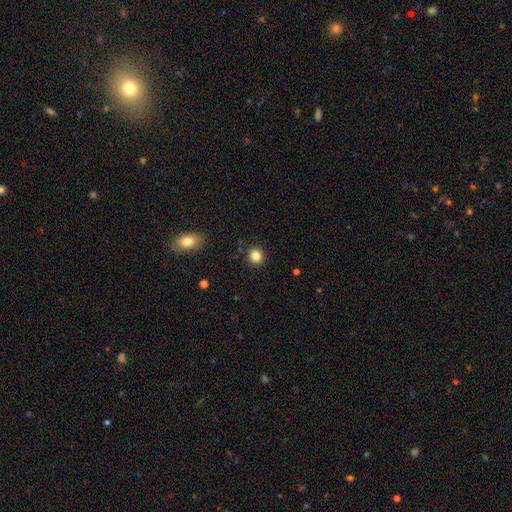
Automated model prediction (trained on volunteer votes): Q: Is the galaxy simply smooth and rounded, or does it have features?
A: smooth — 83%.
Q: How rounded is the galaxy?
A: round — 91%.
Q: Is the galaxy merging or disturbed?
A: none — 91%.